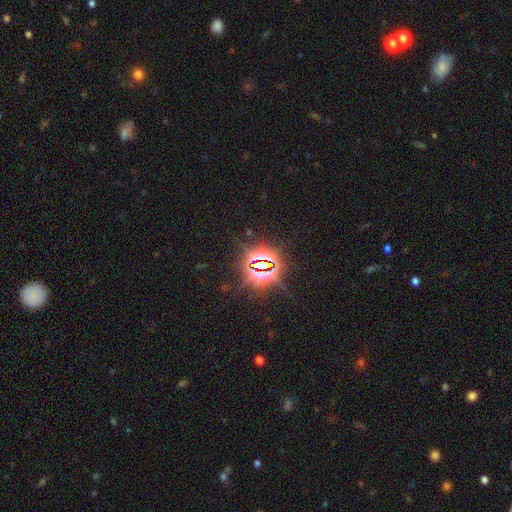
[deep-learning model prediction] smooth-or-featured: star or artifact: 84% | smooth: 8% | featured or disk: 8%